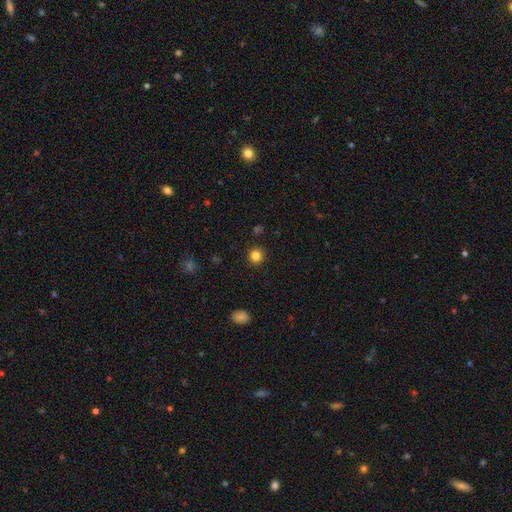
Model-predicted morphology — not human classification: A smooth galaxy with no disk features (83%) that is round (93%).

Vote fractions:
- Smooth or featured? smooth: 83% / star or artifact: 12% / featured or disk: 4%
- How rounded? round: 93% / in between: 6% / cigar-shaped: 1%
- Merging? none: 92% / minor disturbance: 5% / major disturbance: 2% / merger: 1%